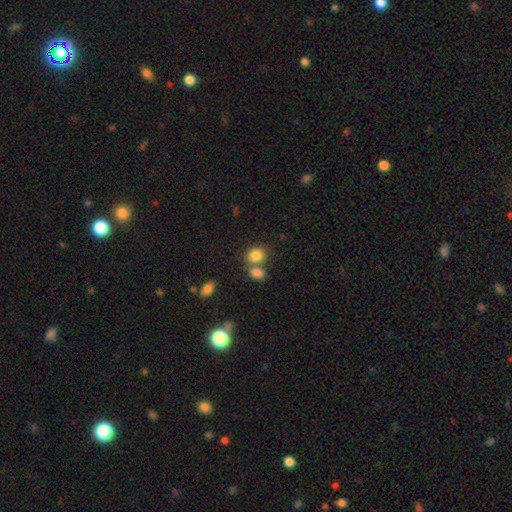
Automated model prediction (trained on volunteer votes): A smooth galaxy with no disk features (83%) that is round (65%).

Vote fractions:
- Smooth or featured? smooth: 83% / star or artifact: 10% / featured or disk: 7%
- How rounded? round: 65% / in between: 34% / cigar-shaped: 1%
- Merging? none: 50% / merger: 37% / minor disturbance: 9% / major disturbance: 4%